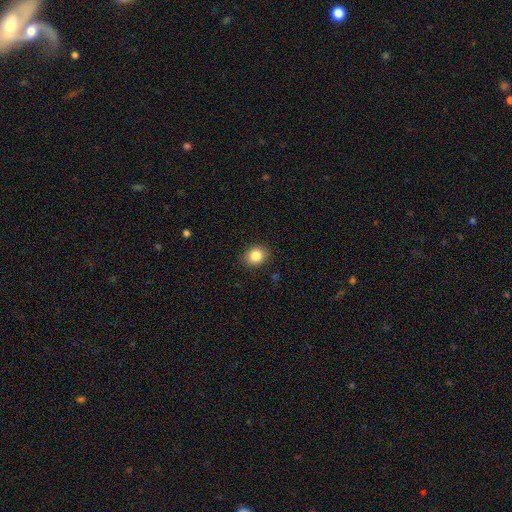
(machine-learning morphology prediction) This is clearly a smooth galaxy (85%). How rounded: likely round (63%). Merging: clearly none (88%).